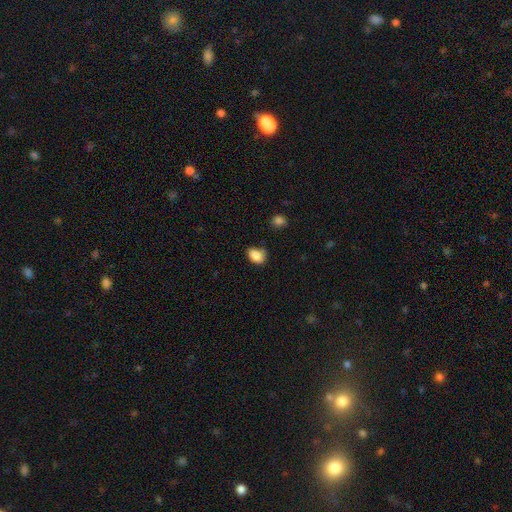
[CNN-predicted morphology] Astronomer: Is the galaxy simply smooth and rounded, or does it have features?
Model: smooth — 86%.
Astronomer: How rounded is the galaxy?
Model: in between — 79%.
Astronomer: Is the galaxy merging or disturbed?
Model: none — 62%.